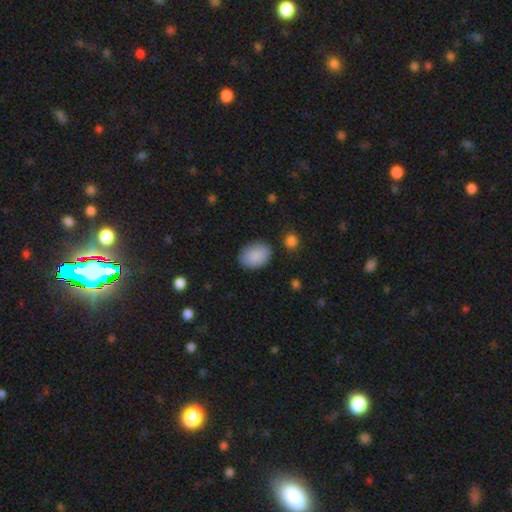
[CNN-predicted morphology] smooth_or_featured: smooth (p=0.89) [alt: star or artifact p=0.07]
how_rounded: in between (p=0.77) [alt: round p=0.22]
merging: none (p=0.80) [alt: minor disturbance p=0.14]